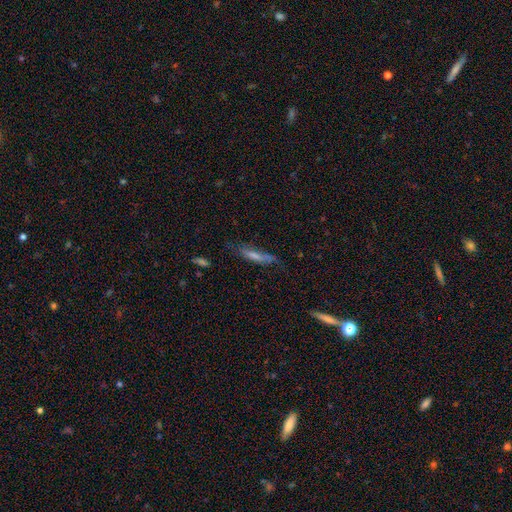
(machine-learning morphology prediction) Smooth or featured: smooth — 53% (featured or disk — 38%)
How rounded: cigar-shaped — 83% (in between — 15%)
Merging: none — 58% (minor disturbance — 28%)